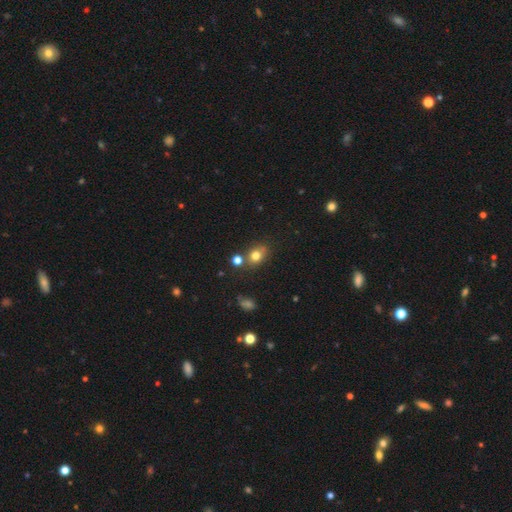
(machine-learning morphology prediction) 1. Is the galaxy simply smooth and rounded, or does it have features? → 76% smooth, 14% star or artifact, 9% featured or disk.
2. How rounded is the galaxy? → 51% round, 47% in between, 2% cigar-shaped.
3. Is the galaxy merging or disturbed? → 66% none, 15% minor disturbance, 14% merger, 5% major disturbance.